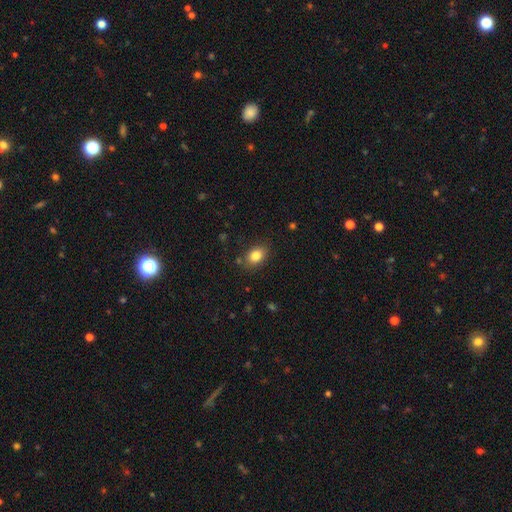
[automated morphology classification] Overall: smooth (84%). How rounded: in between (77%). Merging: none (82%).